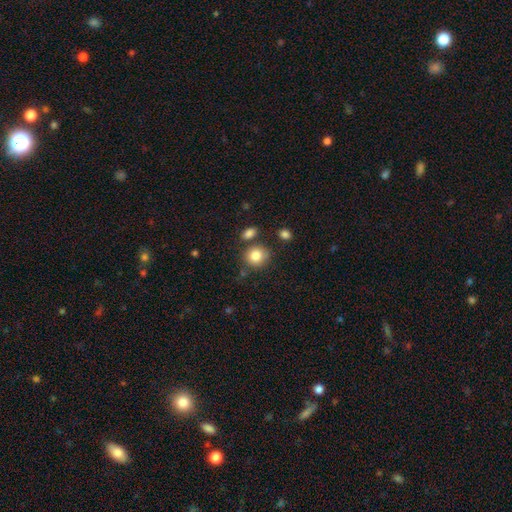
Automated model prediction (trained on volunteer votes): Q: Smooth or featured?
A: smooth (84%); runner-up: star or artifact (9%)
Q: How rounded?
A: round (81%); runner-up: in between (18%)
Q: Merging?
A: none (74%); runner-up: minor disturbance (12%)